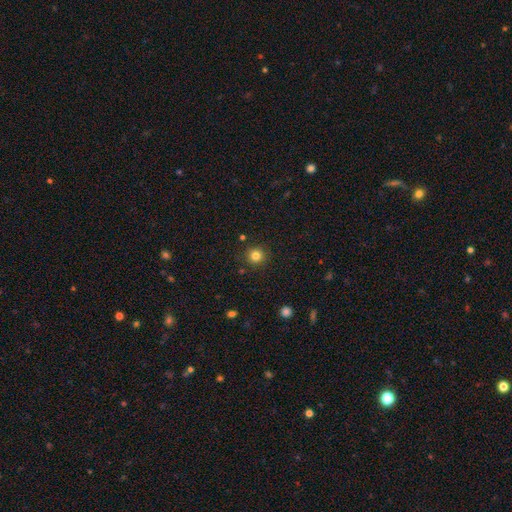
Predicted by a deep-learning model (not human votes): Smooth or featured? smooth (82%)
How rounded? round (94%)
Merging? none (90%)